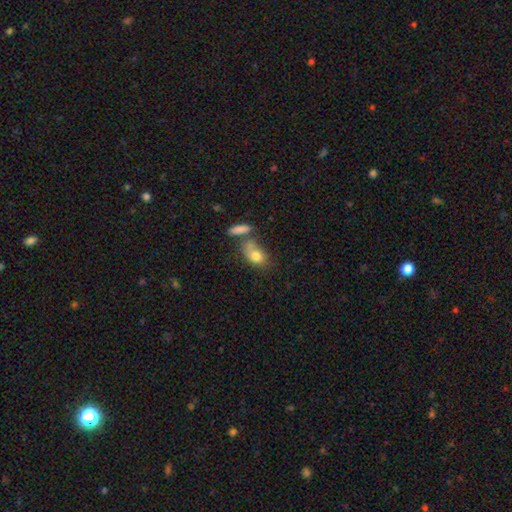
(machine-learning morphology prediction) The model was most divided on "merging": none: 40%, merger: 34%, minor disturbance: 17%, major disturbance: 9%. More confident: how rounded — in between (78%); smooth or featured — smooth (78%).